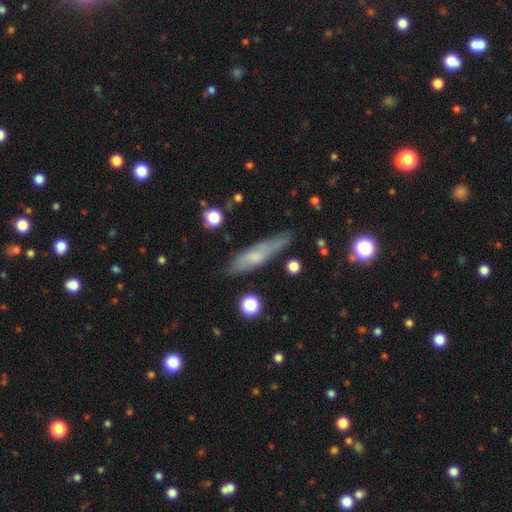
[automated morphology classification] This is possibly a smooth galaxy (57%). How rounded: likely cigar-shaped (79%). Merging: likely none (74%).